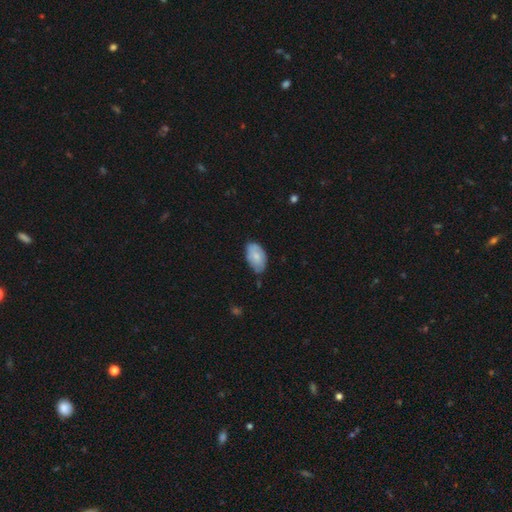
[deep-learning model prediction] smooth 77%, featured or disk 17%, star or artifact 6%. Down the decision tree: how rounded — in between (94%); merging — none (65%).